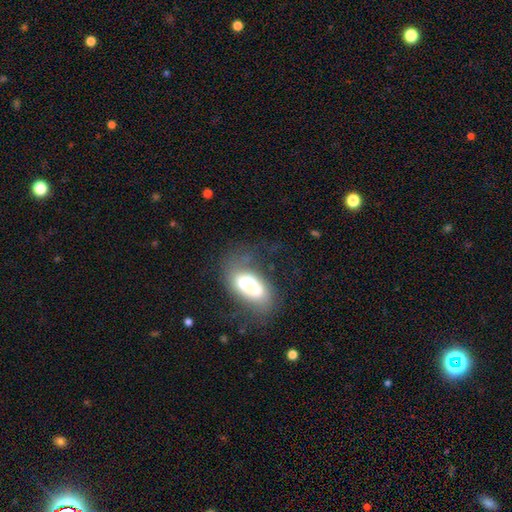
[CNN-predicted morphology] Smooth or featured?
  - featured or disk: 49% *
  - smooth: 38%
  - star or artifact: 13%
Merging?
  - none: 54% *
  - minor disturbance: 22%
  - major disturbance: 21%
  - merger: 3%